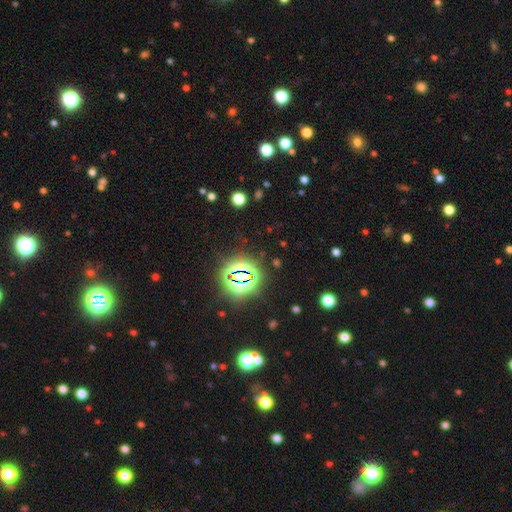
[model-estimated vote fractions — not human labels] Smooth or featured?
  - star or artifact: 81% *
  - smooth: 12%
  - featured or disk: 8%